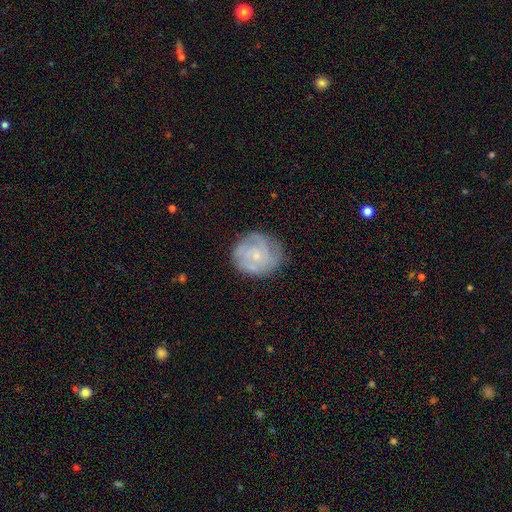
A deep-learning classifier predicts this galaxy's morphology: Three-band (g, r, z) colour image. It shows a featured or disk galaxy (55%) with no bar (81%), spiral arms (70%) and a small central bulge (68%). Merging: none (71%).